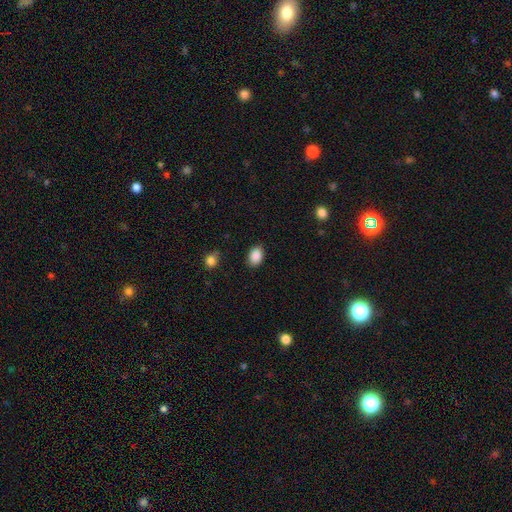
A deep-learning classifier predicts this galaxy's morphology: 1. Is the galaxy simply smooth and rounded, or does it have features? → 89% smooth, 8% star or artifact, 3% featured or disk.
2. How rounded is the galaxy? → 80% in between, 19% round, 1% cigar-shaped.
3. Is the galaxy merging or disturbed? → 86% none, 10% minor disturbance, 2% major disturbance, 1% merger.